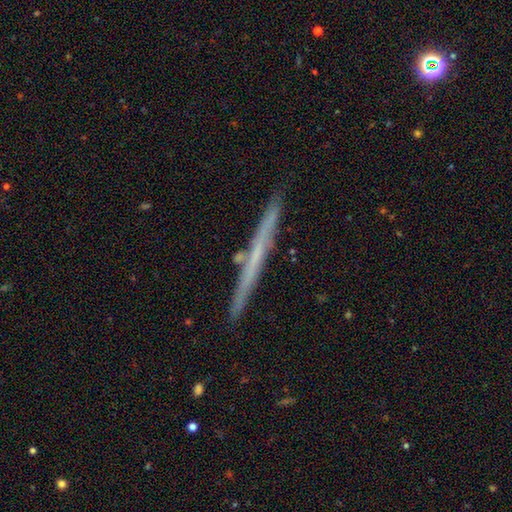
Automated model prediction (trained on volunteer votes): Overall: featured or disk (57%; smooth 36%). Edge-on disk: yes (97%). Edge-on bulge: none (88%). Merging: none (90%).